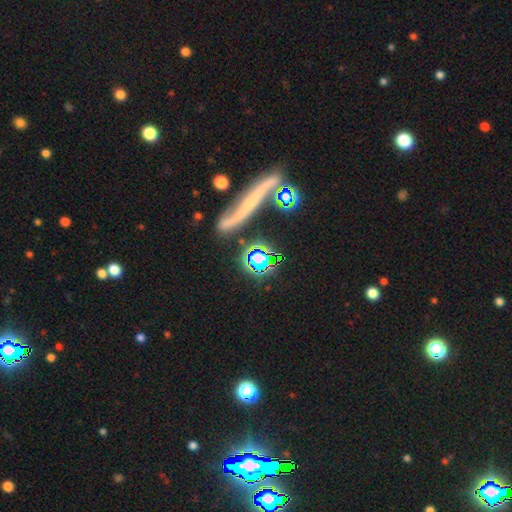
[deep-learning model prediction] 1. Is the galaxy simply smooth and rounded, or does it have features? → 41% star or artifact, 36% smooth, 22% featured or disk.